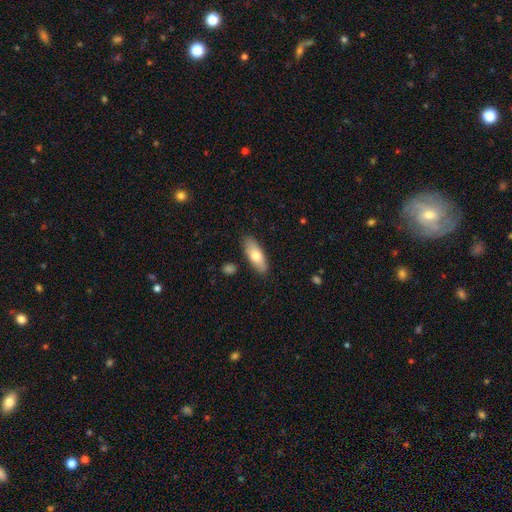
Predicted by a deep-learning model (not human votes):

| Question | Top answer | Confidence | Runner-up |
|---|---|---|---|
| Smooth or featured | smooth | 75% | featured or disk (20%) |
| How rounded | in between | 70% | cigar-shaped (27%) |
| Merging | none | 85% | minor disturbance (11%) |